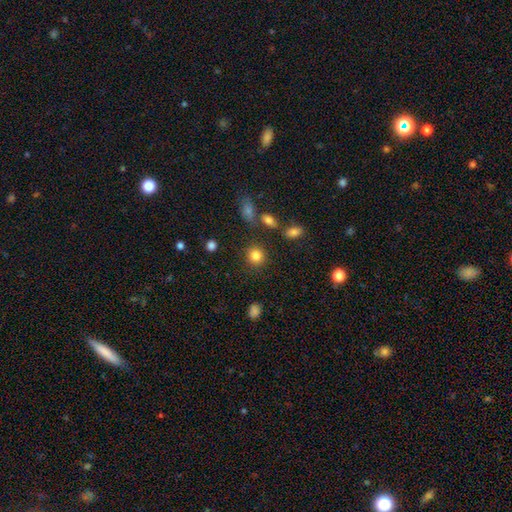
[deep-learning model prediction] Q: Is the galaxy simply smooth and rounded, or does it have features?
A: smooth — 83%.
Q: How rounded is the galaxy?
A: round — 88%.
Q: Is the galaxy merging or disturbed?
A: none — 86%.